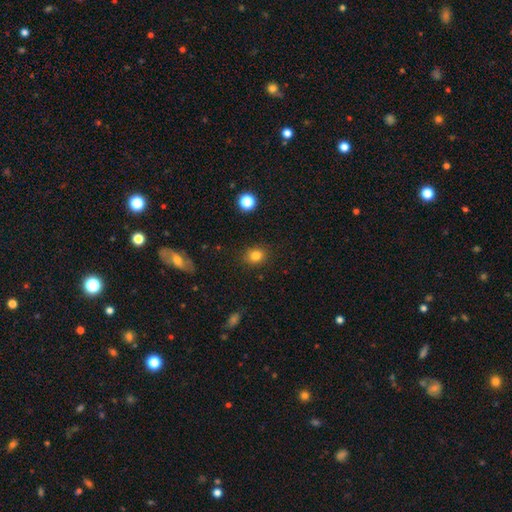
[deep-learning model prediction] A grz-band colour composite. It shows a smooth galaxy with no disk features (82%) that is round (67%). Merging: none (87%).